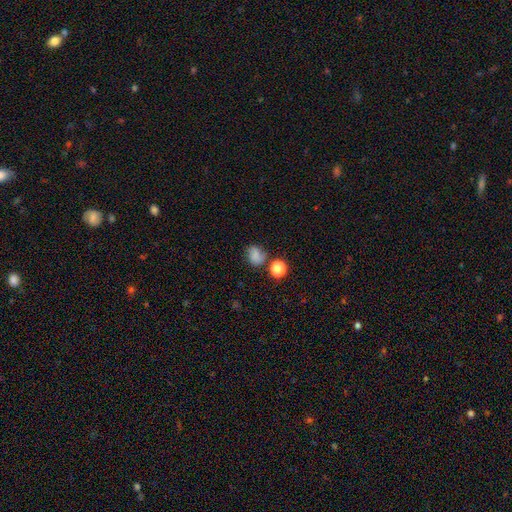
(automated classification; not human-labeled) smooth-or-featured: smooth: 70% | star or artifact: 16% | featured or disk: 14%
  how-rounded: round: 54% | in between: 44% | cigar-shaped: 1%
  merging: none: 61% | minor disturbance: 21% | merger: 10% | major disturbance: 8%